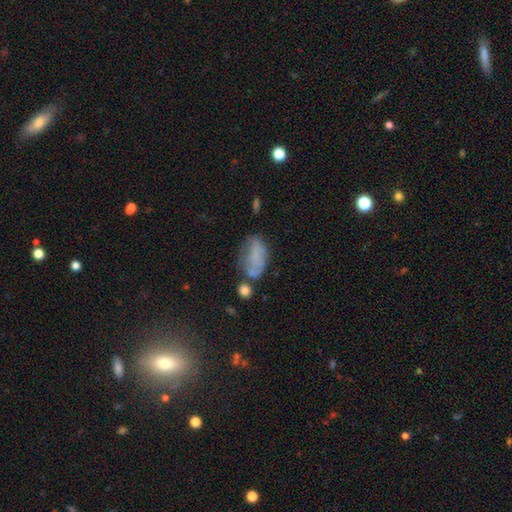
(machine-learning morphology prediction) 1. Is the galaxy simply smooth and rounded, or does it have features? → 61% smooth, 25% featured or disk, 14% star or artifact.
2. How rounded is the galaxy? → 90% in between, 5% cigar-shaped, 5% round.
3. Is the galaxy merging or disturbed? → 45% none, 28% minor disturbance, 15% major disturbance, 11% merger.